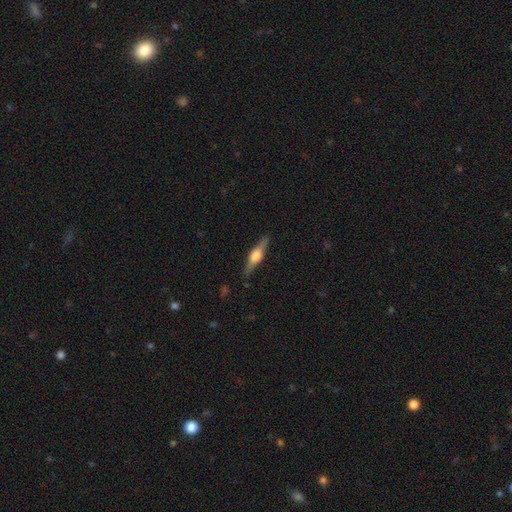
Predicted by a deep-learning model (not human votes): Morphology: type=featured or disk (64%); edge-on=yes (96%); edge-on bulge=rounded (90%); merging=none (88%).